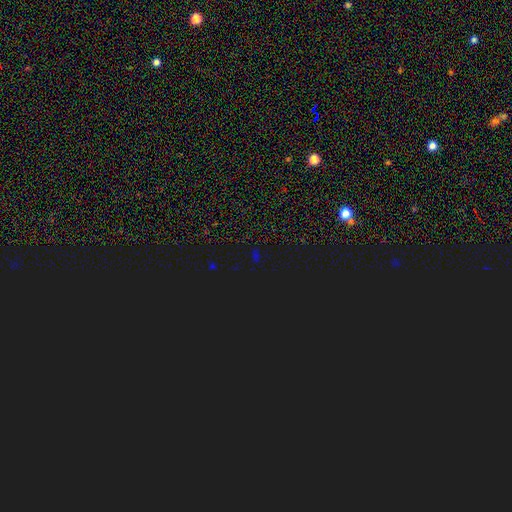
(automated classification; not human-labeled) star or artifact 75%, smooth 18%, featured or disk 7%.